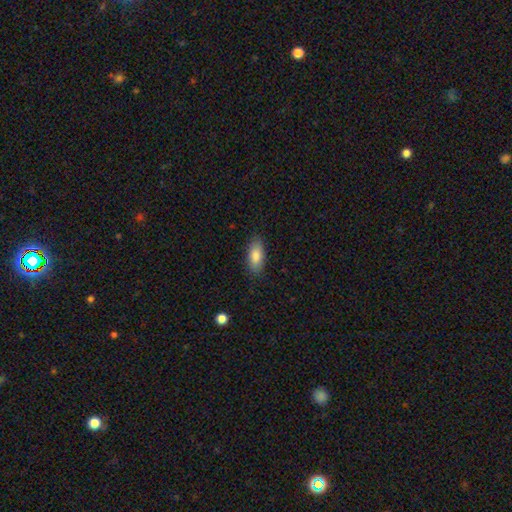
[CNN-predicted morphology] Q: Smooth or featured?
A: smooth (85%); runner-up: featured or disk (9%)
Q: How rounded?
A: in between (85%); runner-up: cigar-shaped (13%)
Q: Merging?
A: none (86%); runner-up: minor disturbance (11%)